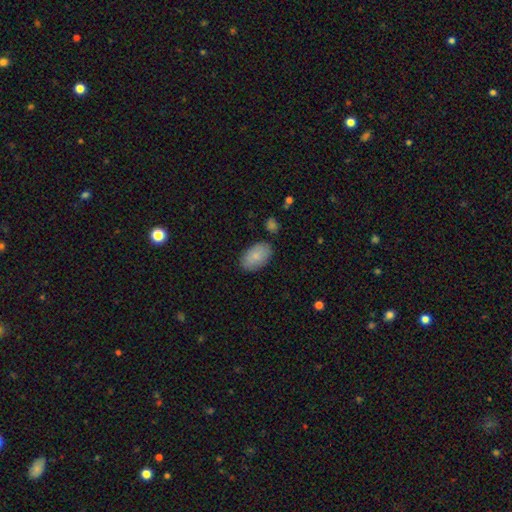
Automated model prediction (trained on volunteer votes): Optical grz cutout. It shows a smooth galaxy with no disk features (82%) that is in between round and cigar-shaped (93%). Merging: none (83%).